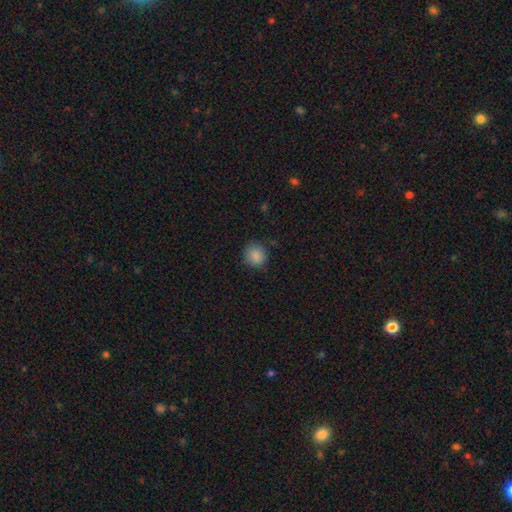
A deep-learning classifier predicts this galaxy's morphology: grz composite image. It shows a smooth galaxy with no disk features (88%) that is round (86%). Merging: none (85%).